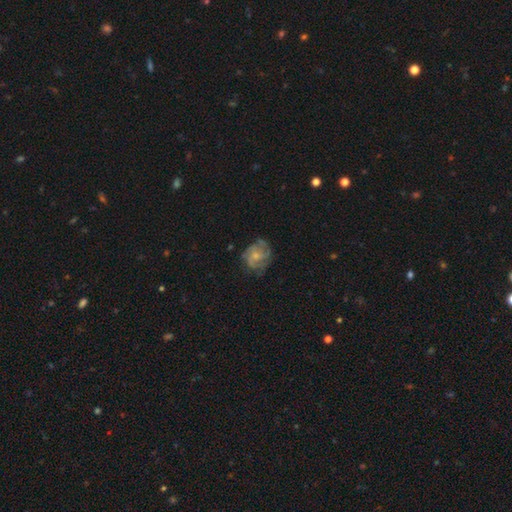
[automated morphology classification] smooth-or-featured: featured or disk: 71% | smooth: 22% | star or artifact: 7%
  disk-edge-on: no: 98% | yes: 2%
    bar: no: 72% | weak: 25% | strong: 3%
    has-spiral-arms: yes: 89% | no: 11%
      spiral-winding: medium: 43% | tight: 42% | loose: 14%
      spiral-arm-count: 3: 35% | can't tell: 25% | 2: 19% | 4: 13% | 1: 5% | more than 4: 5%
    bulge-size: small: 53% | moderate: 37% | none: 7% | large: 2% | dominant: 1%
  merging: none: 66% | minor disturbance: 21% | major disturbance: 11% | merger: 2%